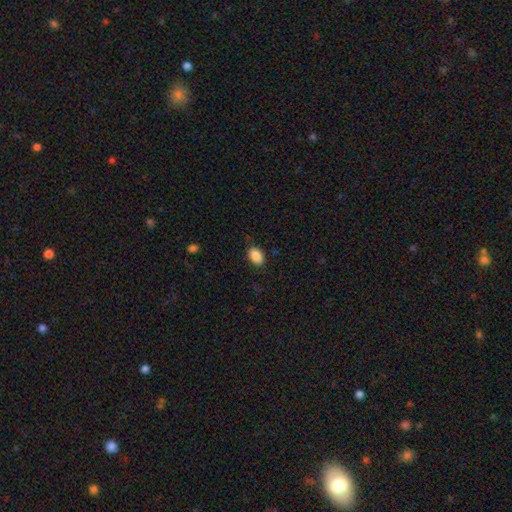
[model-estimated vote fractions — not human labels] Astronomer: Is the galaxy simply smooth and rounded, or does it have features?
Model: smooth — 87%.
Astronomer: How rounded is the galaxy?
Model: in between — 88%.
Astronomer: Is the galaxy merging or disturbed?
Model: none — 84%.